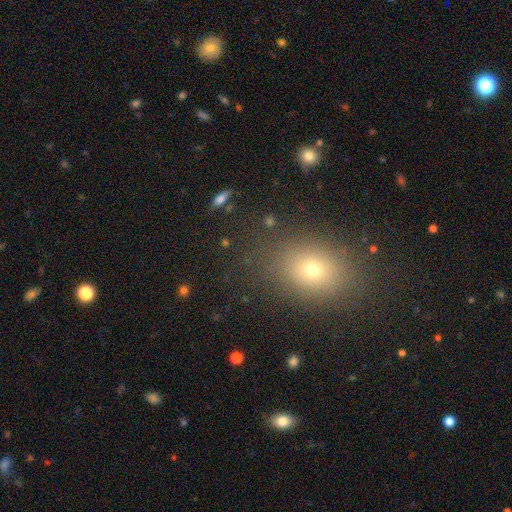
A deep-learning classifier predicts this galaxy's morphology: A smooth galaxy with no disk features (65%) that is in between round and cigar-shaped (58%).

Vote fractions:
- Smooth or featured? smooth: 65% / star or artifact: 25% / featured or disk: 11%
- How rounded? in between: 58% / round: 40% / cigar-shaped: 2%
- Merging? none: 86% / minor disturbance: 9% / major disturbance: 4% / merger: 2%